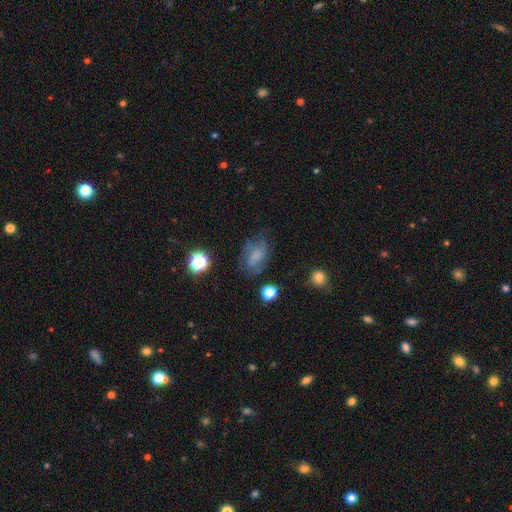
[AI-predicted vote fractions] A smooth galaxy with no disk features (54%) that is in between round and cigar-shaped (83%). Merging: none (56%).